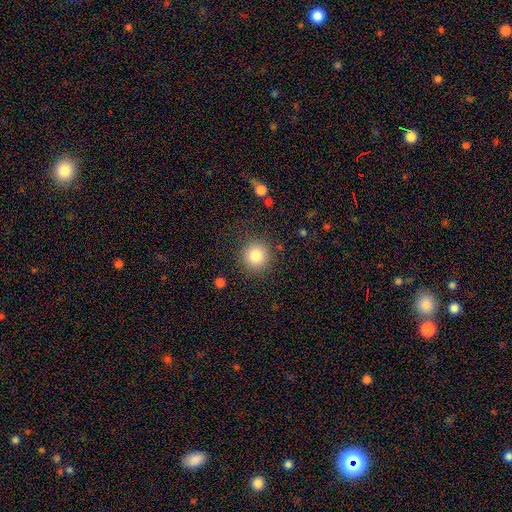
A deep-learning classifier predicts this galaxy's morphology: Smooth or featured? smooth (82%)
How rounded? round (93%)
Merging? none (87%)